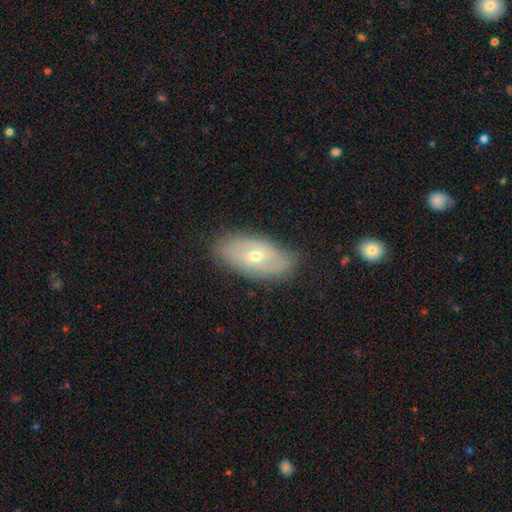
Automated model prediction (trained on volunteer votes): Smooth or featured: featured or disk — 49% (smooth — 44%)
Merging: none — 80% (minor disturbance — 15%)